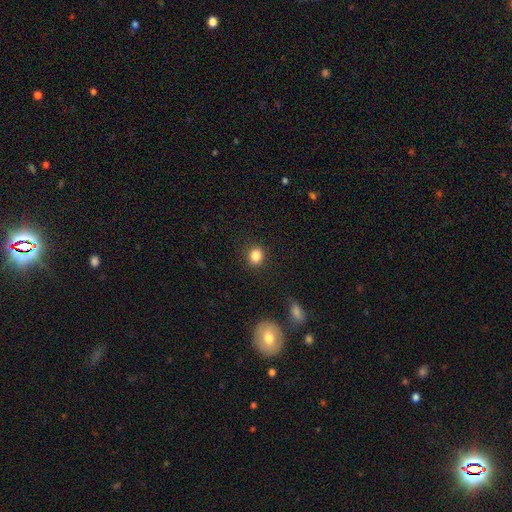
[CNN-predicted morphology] type=smooth (85%); roundness=round (64%); merging=none (89%).